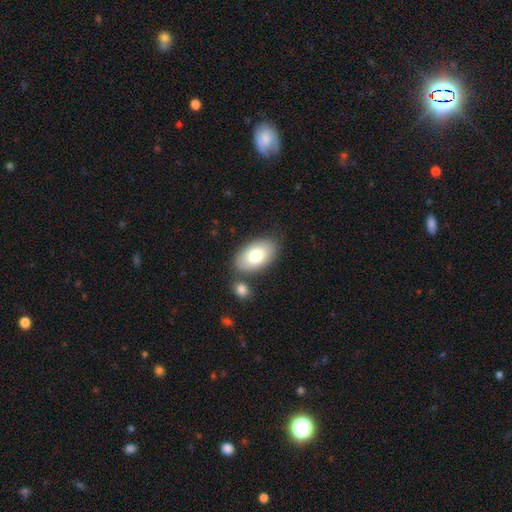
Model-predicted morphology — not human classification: Overall: smooth (78%). How rounded: in between (94%). Merging: none (75%).